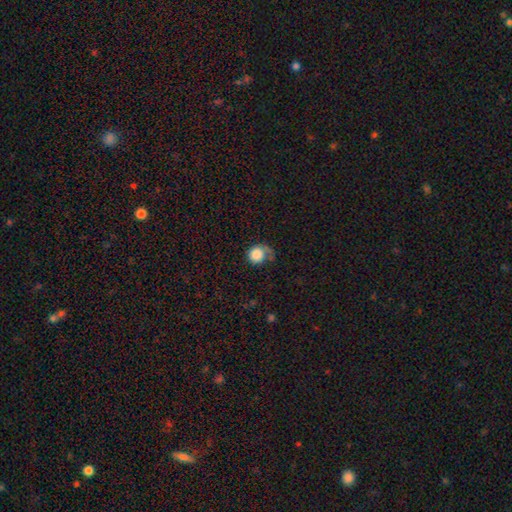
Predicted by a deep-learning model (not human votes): Morphology: type=smooth (82%); roundness=round (81%); merging=none (34%).